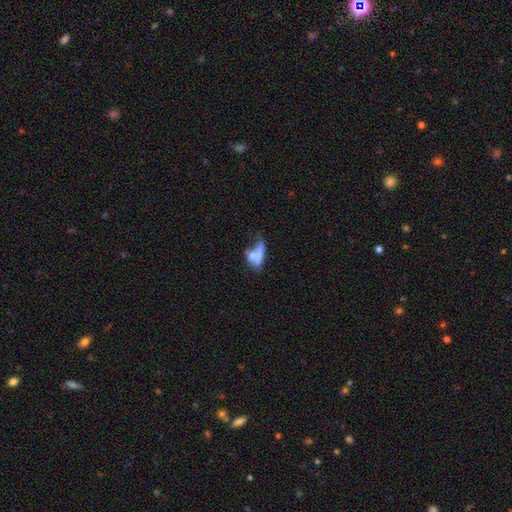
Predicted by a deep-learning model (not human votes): Q: Smooth or featured?
A: smooth (57%); runner-up: featured or disk (32%)
Q: How rounded?
A: in between (51%); runner-up: cigar-shaped (39%)
Q: Merging?
A: merger (45%); runner-up: none (24%)